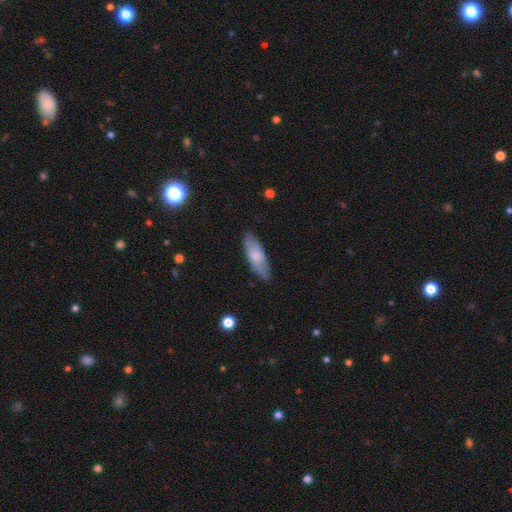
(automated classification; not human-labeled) Smooth or featured: smooth — 70% (featured or disk — 25%)
How rounded: in between — 62% (cigar-shaped — 36%)
Merging: none — 80% (minor disturbance — 16%)